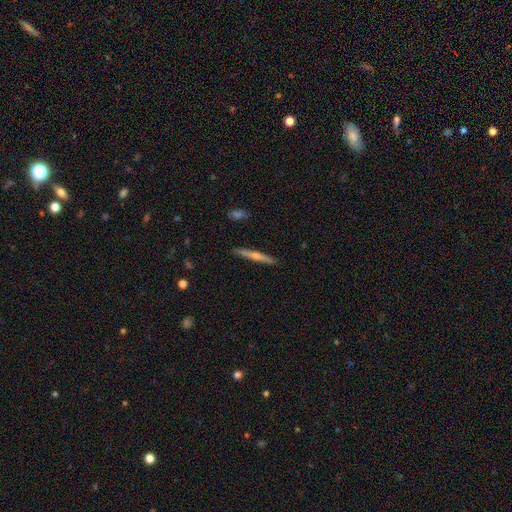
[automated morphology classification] Smooth or featured? Predicted: featured or disk (p=0.66). Edge-on disk? Predicted: yes (p=0.97). Edge-on bulge? Predicted: rounded (p=0.83). Merging? Predicted: none (p=0.91).